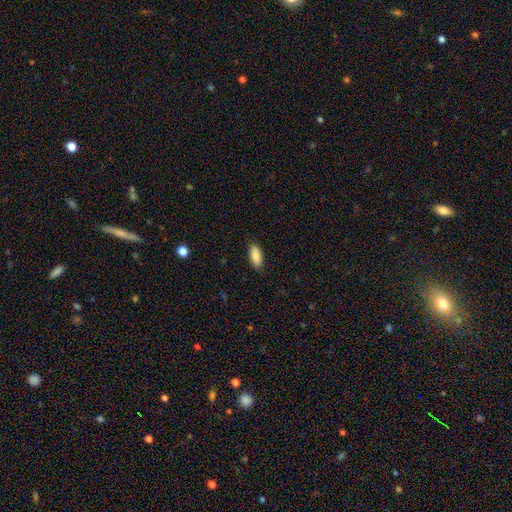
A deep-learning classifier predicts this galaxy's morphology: smooth 88%, star or artifact 6%, featured or disk 5%. Down the decision tree: how rounded — in between (87%); merging — none (88%).